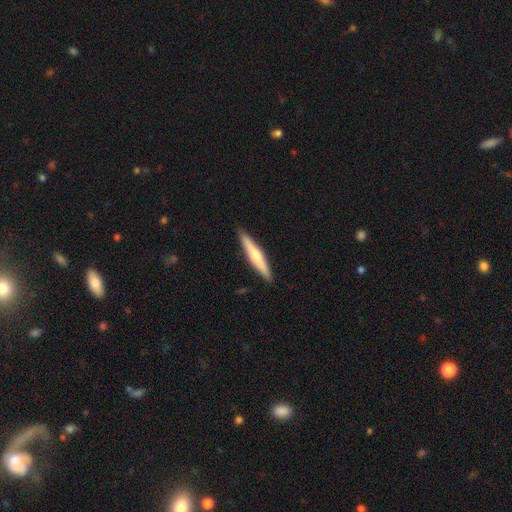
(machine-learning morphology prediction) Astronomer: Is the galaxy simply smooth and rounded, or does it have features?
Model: smooth — 48% (runner-up: featured or disk, 47%).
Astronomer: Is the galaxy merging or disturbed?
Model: none — 90%.